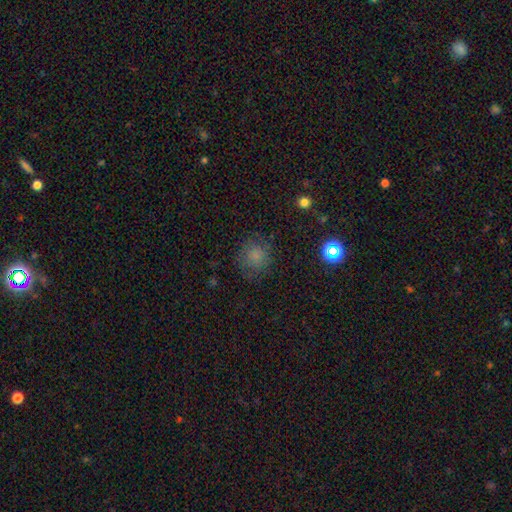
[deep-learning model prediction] A smooth galaxy with no disk features (74%) that is round (88%).

Vote fractions:
- Smooth or featured? smooth: 74% / star or artifact: 15% / featured or disk: 10%
- How rounded? round: 88% / in between: 11% / cigar-shaped: 1%
- Merging? none: 76% / minor disturbance: 15% / major disturbance: 7% / merger: 1%